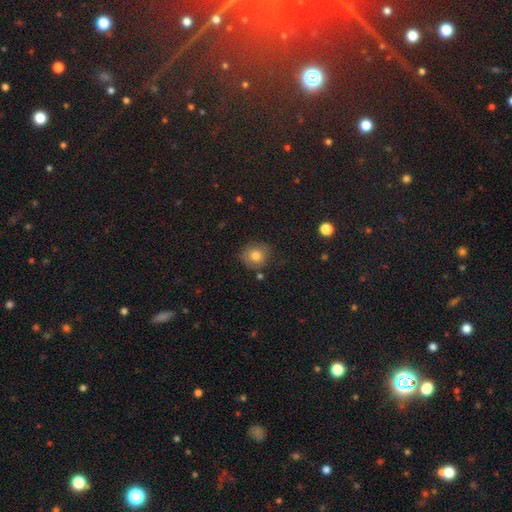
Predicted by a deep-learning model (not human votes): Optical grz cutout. It shows a smooth galaxy with no disk features (80%) that is round (79%). Merging: none (77%).